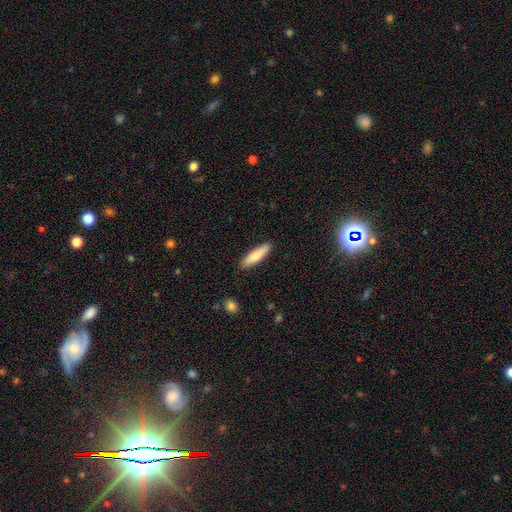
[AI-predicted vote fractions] Q: Smooth or featured?
A: smooth (75%); runner-up: featured or disk (20%)
Q: How rounded?
A: cigar-shaped (71%); runner-up: in between (27%)
Q: Merging?
A: none (88%); runner-up: minor disturbance (9%)